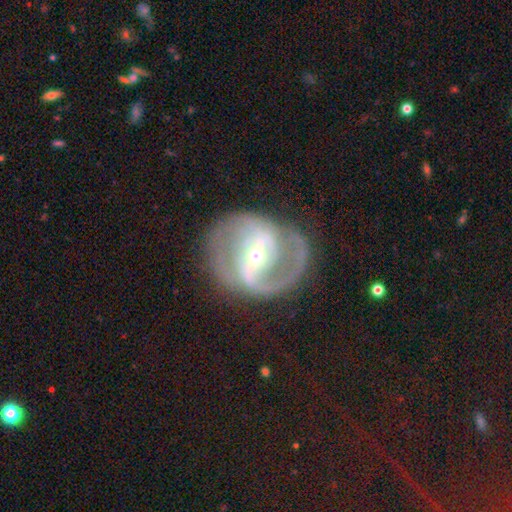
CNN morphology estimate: smooth_or_featured: featured or disk (p=0.87) [alt: smooth p=0.07]
disk_edge_on: no (p=0.96) [alt: yes p=0.04]
bar: strong (p=0.52) [alt: weak p=0.33]
has_spiral_arms: yes (p=0.92) [alt: no p=0.08]
spiral_winding: medium (p=0.50) [alt: tight p=0.30]
spiral_arm_count: 2 (p=0.81) [alt: can't tell p=0.07]
bulge_size: small (p=0.49) [alt: moderate p=0.47]
merging: none (p=0.71) [alt: minor disturbance p=0.16]